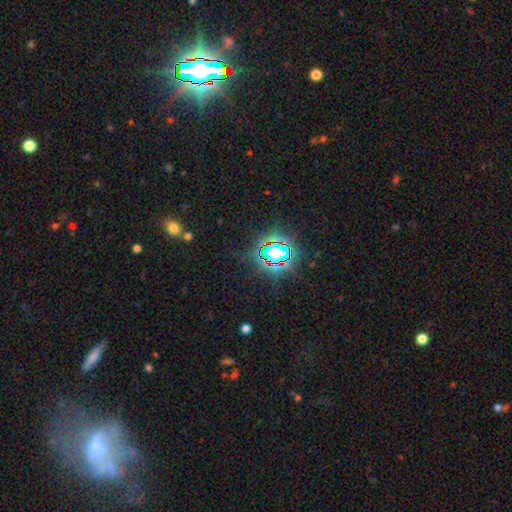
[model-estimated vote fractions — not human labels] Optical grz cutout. It shows a star or artifact, not a galaxy (82%).